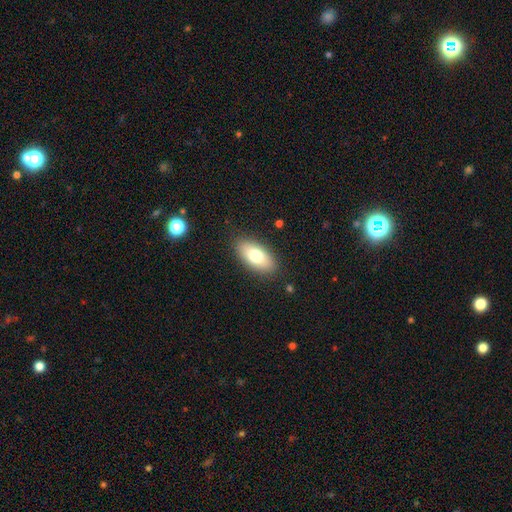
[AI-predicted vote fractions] A smooth galaxy with no disk features (74%) that is in between round and cigar-shaped (90%).

Vote fractions:
- Smooth or featured? smooth: 74% / featured or disk: 19% / star or artifact: 7%
- How rounded? in between: 90% / cigar-shaped: 6% / round: 4%
- Merging? none: 86% / minor disturbance: 10% / major disturbance: 3% / merger: 1%